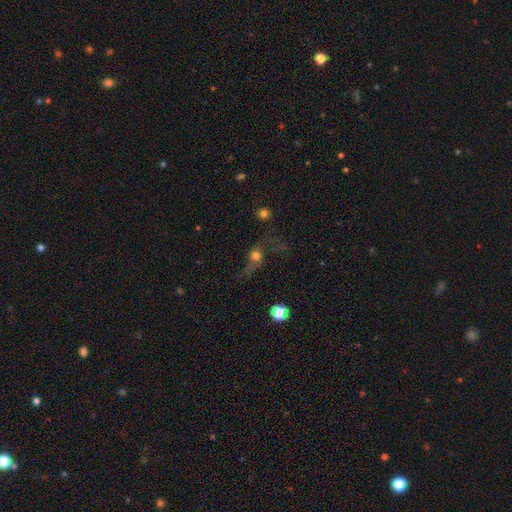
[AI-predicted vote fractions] A smooth galaxy with no disk features (53%) that is round (66%).

Vote fractions:
- Smooth or featured? smooth: 53% / featured or disk: 28% / star or artifact: 19%
- How rounded? round: 66% / in between: 26% / cigar-shaped: 8%
- Merging? none: 42% / major disturbance: 34% / minor disturbance: 17% / merger: 7%